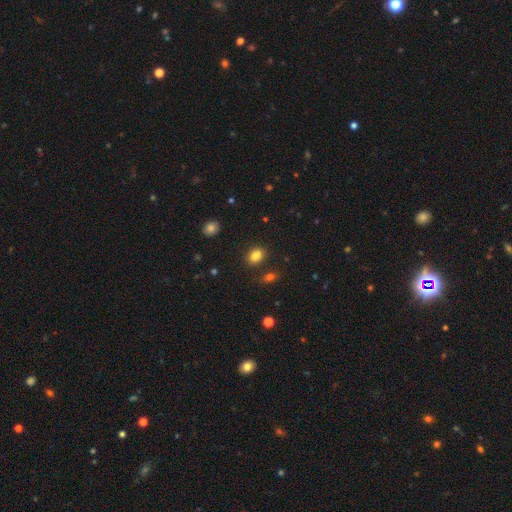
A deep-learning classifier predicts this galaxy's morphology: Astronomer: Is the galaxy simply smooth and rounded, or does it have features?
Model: smooth — 83%.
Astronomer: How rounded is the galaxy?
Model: in between — 66%.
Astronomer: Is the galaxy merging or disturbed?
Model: none — 82%.